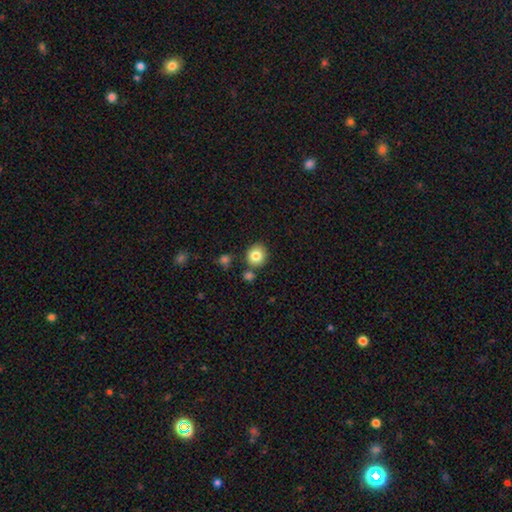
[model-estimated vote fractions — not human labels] A smooth galaxy with no disk features (82%) that is round (87%). Merging: none (78%).